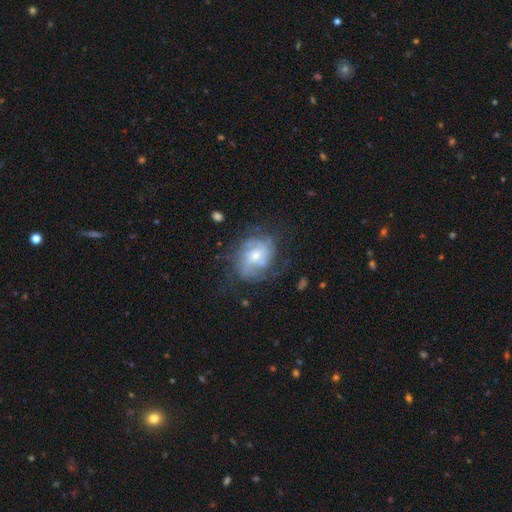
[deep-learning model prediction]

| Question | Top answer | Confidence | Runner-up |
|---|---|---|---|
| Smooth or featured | featured or disk | 72% | smooth (21%) |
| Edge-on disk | no | 97% | yes (3%) |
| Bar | no | 65% | weak (30%) |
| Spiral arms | yes | 84% | no (16%) |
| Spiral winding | tight | 48% | medium (38%) |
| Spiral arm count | can't tell | 42% | 2 (28%) |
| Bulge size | small | 47% | moderate (45%) |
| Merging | none | 60% | minor disturbance (22%) |